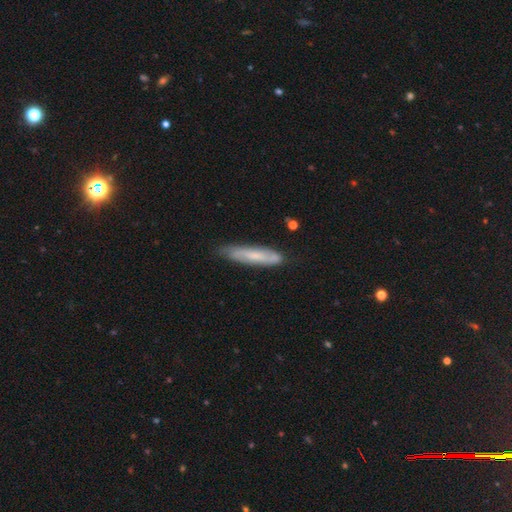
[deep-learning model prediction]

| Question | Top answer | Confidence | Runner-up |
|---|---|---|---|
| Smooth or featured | smooth | 56% | featured or disk (37%) |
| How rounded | cigar-shaped | 87% | in between (12%) |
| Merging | none | 76% | minor disturbance (19%) |